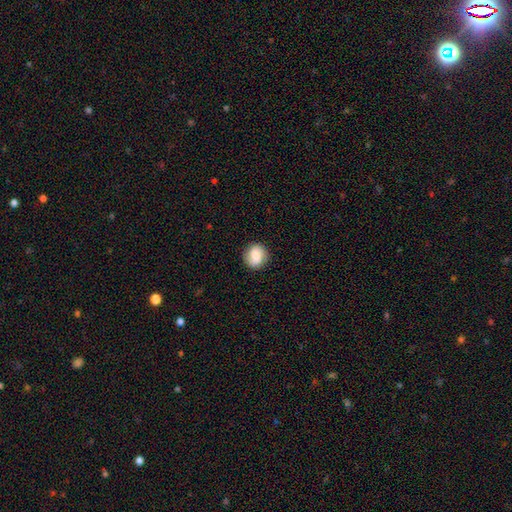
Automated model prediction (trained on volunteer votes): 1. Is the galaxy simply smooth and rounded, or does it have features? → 66% smooth, 26% featured or disk, 8% star or artifact.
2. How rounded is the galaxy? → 80% round, 19% in between, 1% cigar-shaped.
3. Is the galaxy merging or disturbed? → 84% none, 12% minor disturbance, 3% major disturbance, 1% merger.